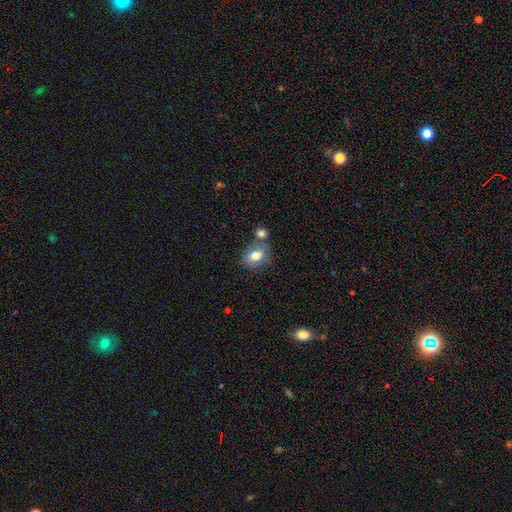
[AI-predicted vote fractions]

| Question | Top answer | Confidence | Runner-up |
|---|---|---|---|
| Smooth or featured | smooth | 78% | featured or disk (14%) |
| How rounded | in between | 64% | round (35%) |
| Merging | none | 55% | merger (24%) |